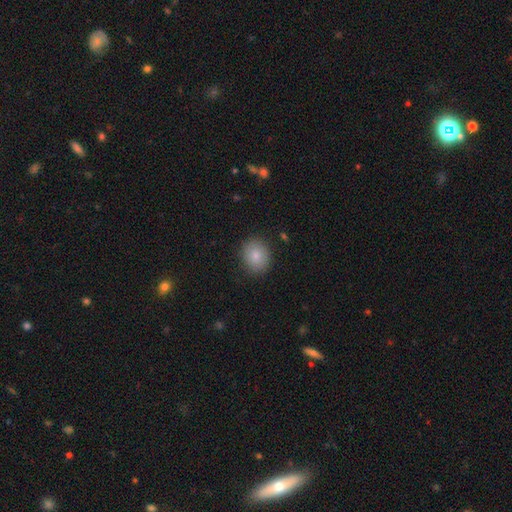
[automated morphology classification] smooth-or-featured: smooth: 83% | featured or disk: 9% | star or artifact: 8%
  how-rounded: round: 68% | in between: 31% | cigar-shaped: 1%
  merging: none: 86% | minor disturbance: 10% | major disturbance: 3% | merger: 1%